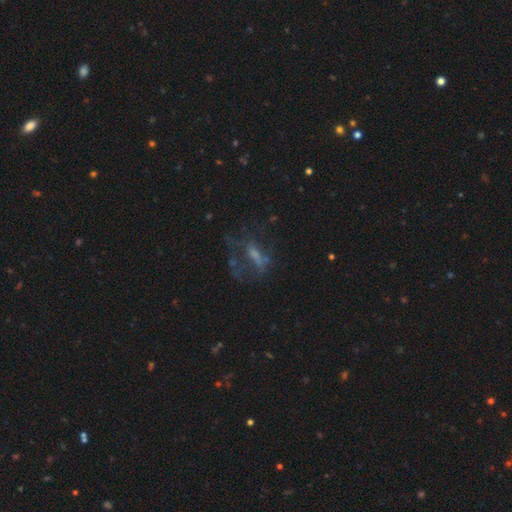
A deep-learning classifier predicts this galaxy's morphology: A featured or disk galaxy (47%).

Vote fractions:
- Smooth or featured? featured or disk: 47% / smooth: 30% / star or artifact: 23%
- Merging? none: 39% / major disturbance: 38% / minor disturbance: 18% / merger: 5%